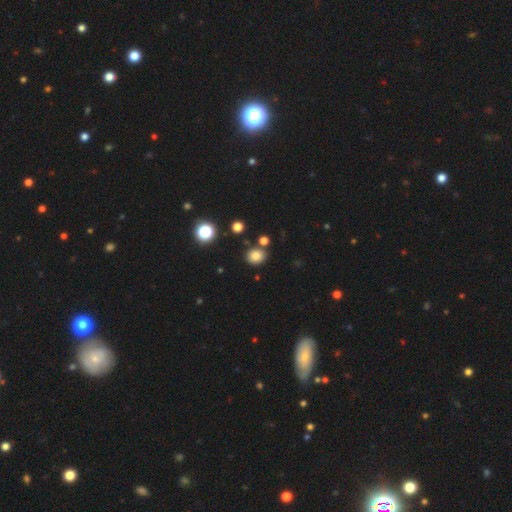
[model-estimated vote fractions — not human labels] Smooth or featured? Predicted: smooth (p=0.82). How rounded? Predicted: round (p=0.72). Merging? Predicted: none (p=0.80).